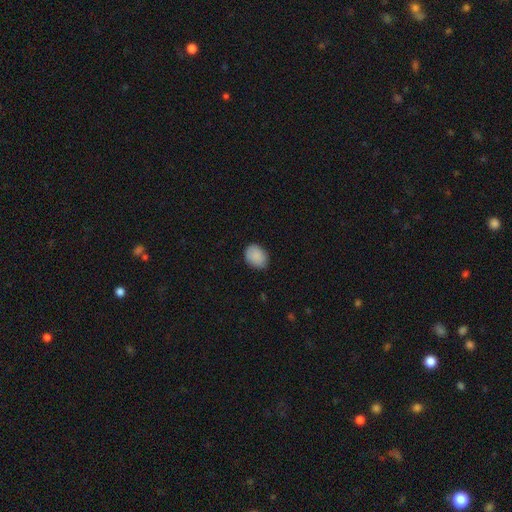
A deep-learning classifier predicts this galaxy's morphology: Smooth or featured? Predicted: smooth (p=0.89). How rounded? Predicted: in between (p=0.69). Merging? Predicted: none (p=0.80).